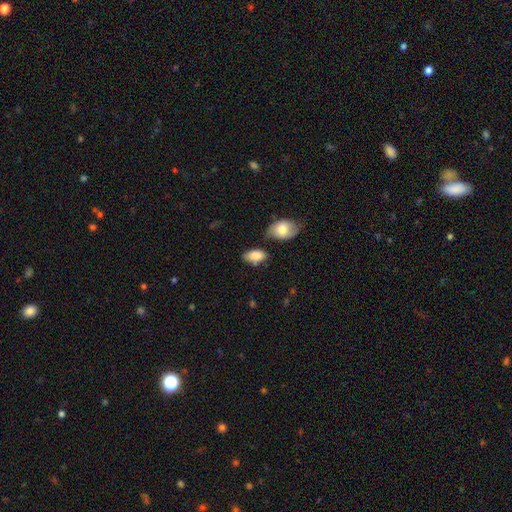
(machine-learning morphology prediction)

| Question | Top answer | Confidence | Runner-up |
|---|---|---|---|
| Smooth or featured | smooth | 85% | featured or disk (8%) |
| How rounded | in between | 93% | round (4%) |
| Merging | none | 63% | minor disturbance (23%) |